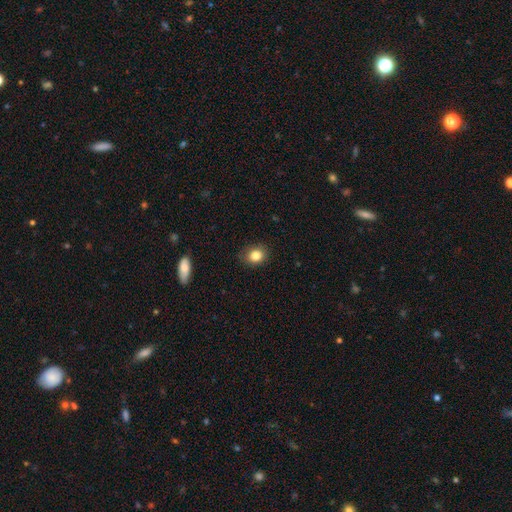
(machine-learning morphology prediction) A smooth galaxy with no disk features (84%) that is round (56%).

Vote fractions:
- Smooth or featured? smooth: 84% / star or artifact: 10% / featured or disk: 6%
- How rounded? round: 56% / in between: 42% / cigar-shaped: 1%
- Merging? none: 83% / minor disturbance: 13% / major disturbance: 3% / merger: 1%